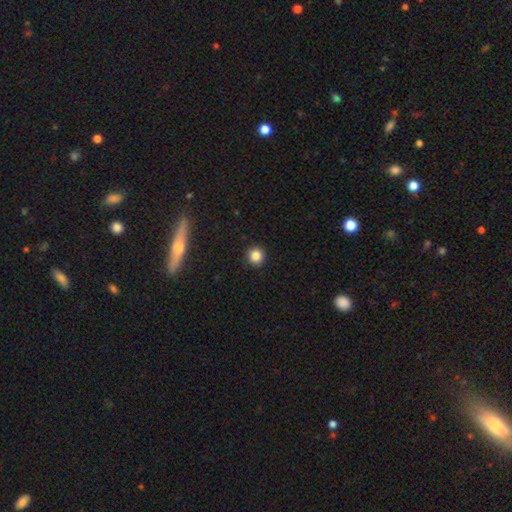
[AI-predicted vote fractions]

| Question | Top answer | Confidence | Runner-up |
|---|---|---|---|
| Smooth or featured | smooth | 85% | star or artifact (11%) |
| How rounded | round | 95% | in between (4%) |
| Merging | none | 92% | minor disturbance (5%) |